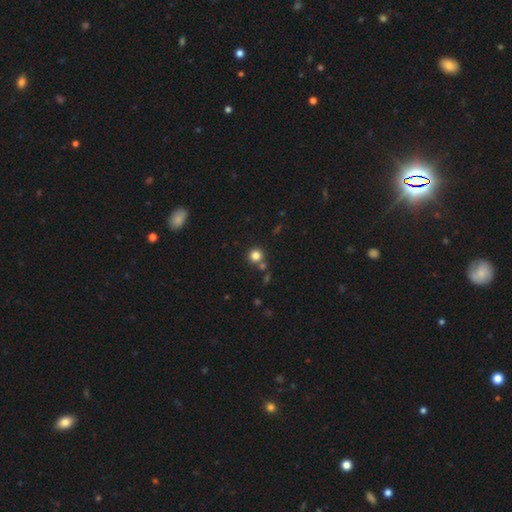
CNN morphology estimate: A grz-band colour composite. It shows a smooth galaxy with no disk features (81%) that is round (93%). Merging: none (75%).